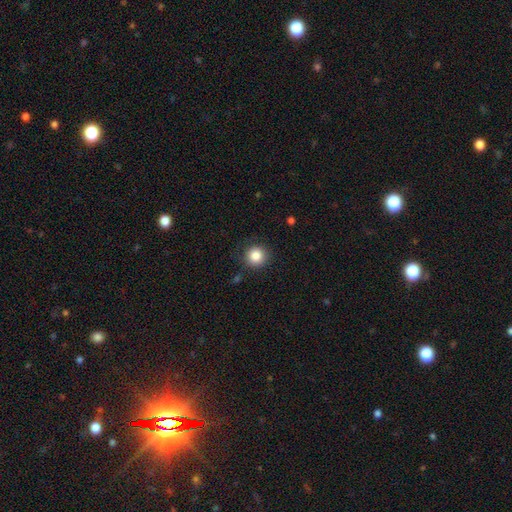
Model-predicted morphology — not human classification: A smooth galaxy with no disk features (85%) that is round (93%).

Vote fractions:
- Smooth or featured? smooth: 85% / star or artifact: 10% / featured or disk: 5%
- How rounded? round: 93% / in between: 6% / cigar-shaped: 1%
- Merging? none: 86% / minor disturbance: 9% / major disturbance: 3% / merger: 2%